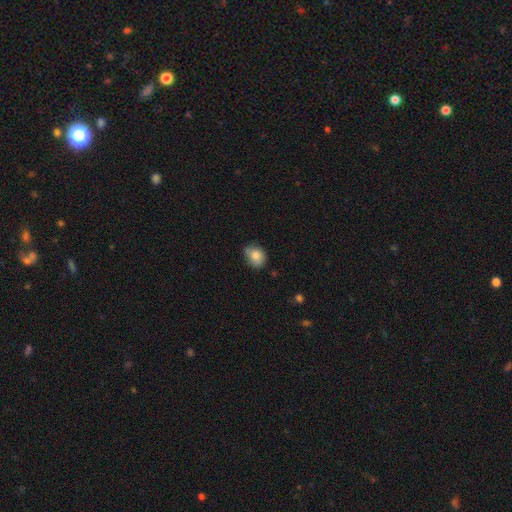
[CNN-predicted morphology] smooth 81%, featured or disk 10%, star or artifact 8%. Down the decision tree: how rounded — in between (50%); merging — none (58%).